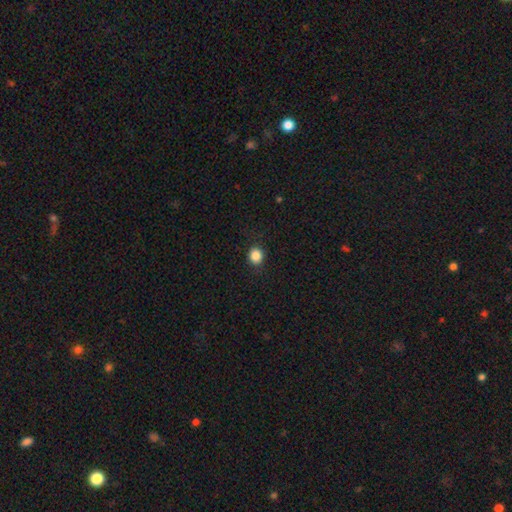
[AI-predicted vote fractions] Smooth or featured: smooth — 86% (star or artifact — 11%)
How rounded: round — 86% (in between — 13%)
Merging: none — 89% (minor disturbance — 7%)